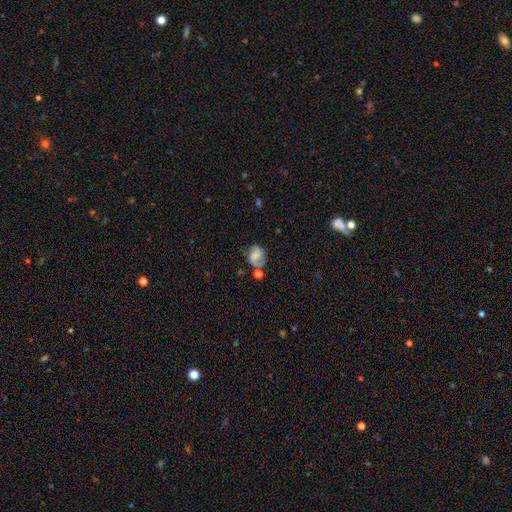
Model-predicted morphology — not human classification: The model was most divided on "smooth or featured": featured or disk: 48%, smooth: 41%, star or artifact: 11%. More confident: merging — none (51%).